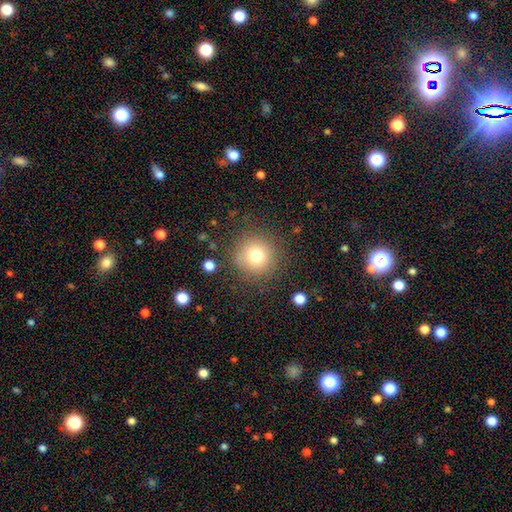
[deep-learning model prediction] Smooth or featured? Predicted: smooth (p=0.76). How rounded? Predicted: round (p=0.94). Merging? Predicted: none (p=0.86).